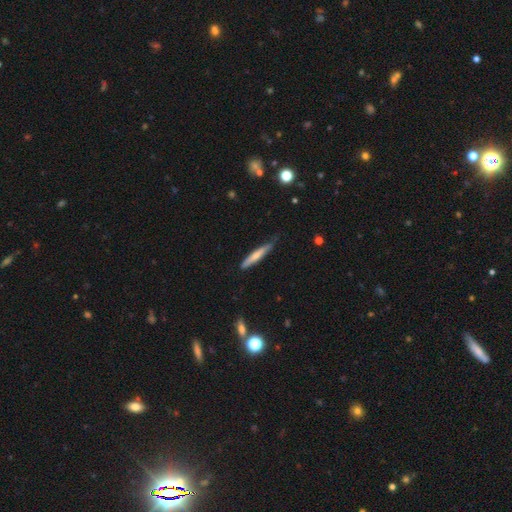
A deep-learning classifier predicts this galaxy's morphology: smooth_or_featured: smooth (p=0.63) [alt: featured or disk p=0.31]
how_rounded: cigar-shaped (p=0.93) [alt: in between p=0.06]
merging: none (p=0.72) [alt: minor disturbance p=0.24]